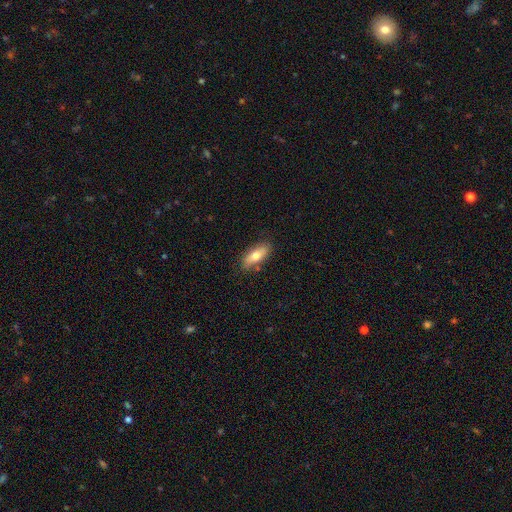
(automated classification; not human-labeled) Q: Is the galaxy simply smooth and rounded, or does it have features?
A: smooth — 69%.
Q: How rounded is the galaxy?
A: in between — 71%.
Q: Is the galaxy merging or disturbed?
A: none — 82%.